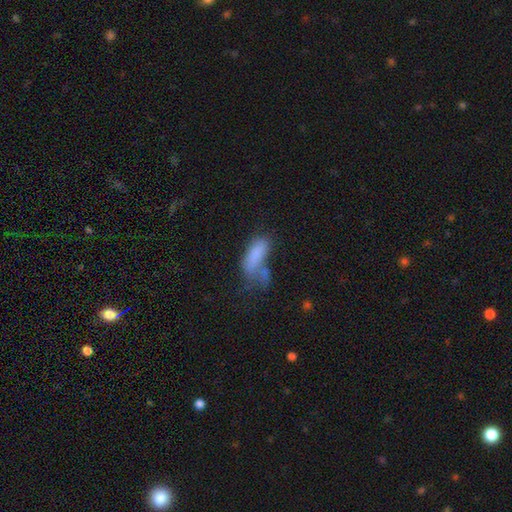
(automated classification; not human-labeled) smooth-or-featured: smooth: 75% | featured or disk: 15% | star or artifact: 10%
  how-rounded: in between: 72% | cigar-shaped: 25% | round: 3%
  merging: merger: 27% (tied) | major disturbance: 27% (tied) | none: 26% | minor disturbance: 20%